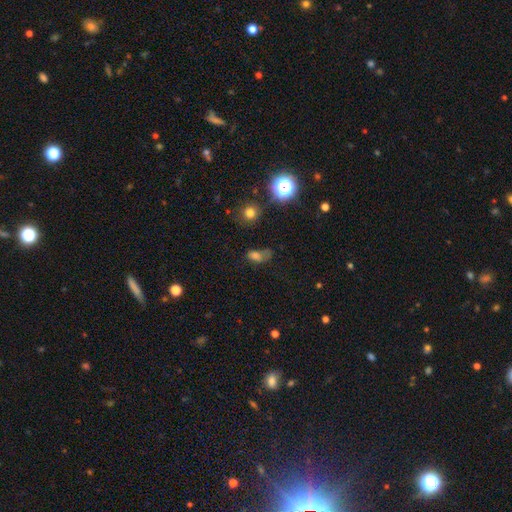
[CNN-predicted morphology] smooth-or-featured: smooth: 61% | star or artifact: 24% | featured or disk: 14%
  how-rounded: in between: 76% | round: 18% | cigar-shaped: 6%
  merging: none: 38% | minor disturbance: 27% | major disturbance: 26% | merger: 8%